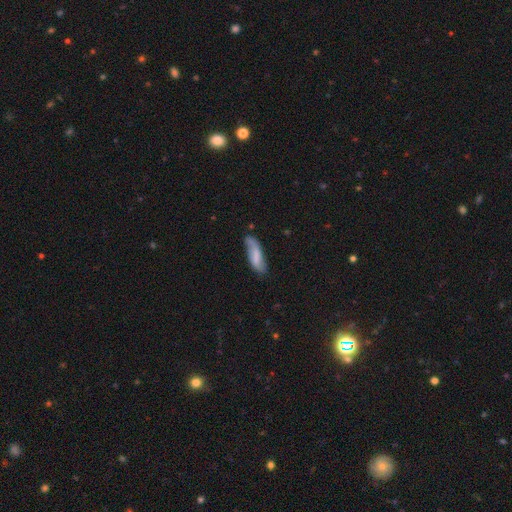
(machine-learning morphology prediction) Q: Smooth or featured?
A: smooth (60%); runner-up: featured or disk (34%)
Q: How rounded?
A: in between (55%); runner-up: cigar-shaped (43%)
Q: Merging?
A: none (59%); runner-up: minor disturbance (29%)